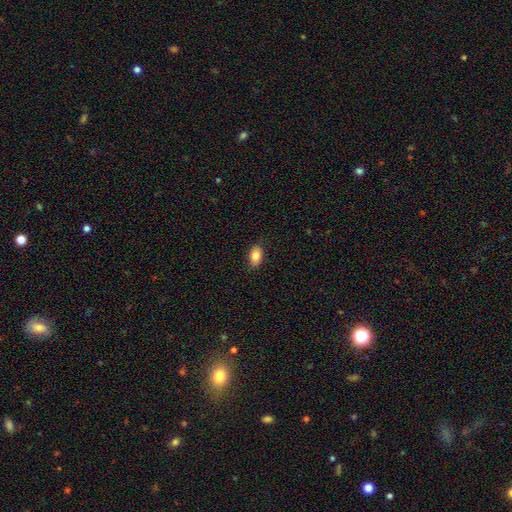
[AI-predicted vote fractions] This is clearly a smooth galaxy (83%). How rounded: clearly in between (86%). Merging: clearly none (86%).